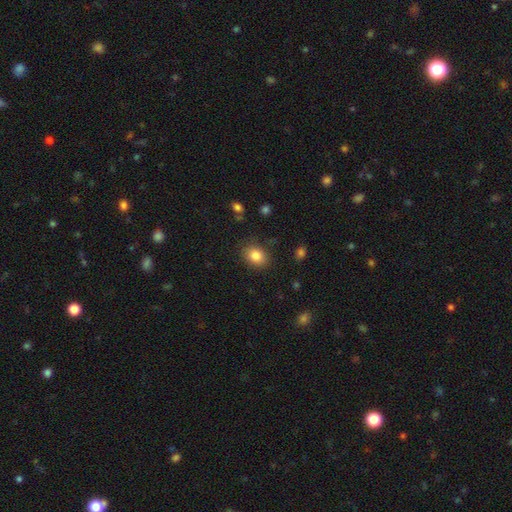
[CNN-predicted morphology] This appears to be a smooth galaxy with no disk features (84%) that is in between round and cigar-shaped (64%). Merging: none (85%).